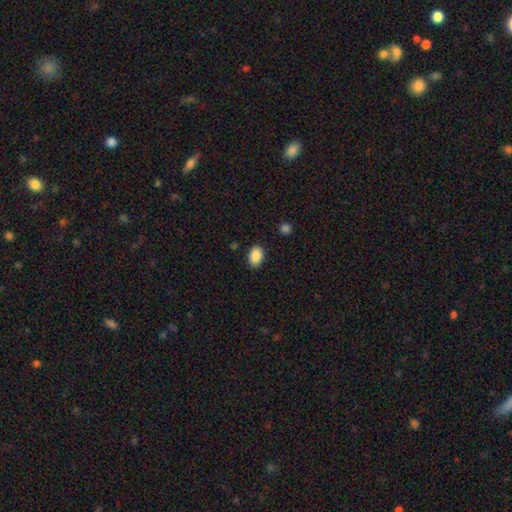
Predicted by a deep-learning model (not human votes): This is clearly a smooth galaxy (88%). How rounded: clearly in between (82%). Merging: clearly none (87%).